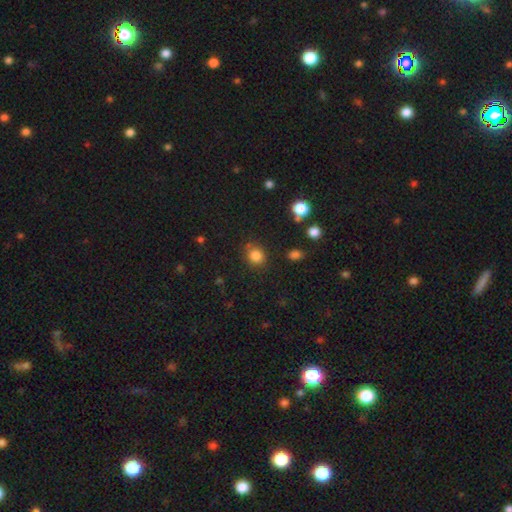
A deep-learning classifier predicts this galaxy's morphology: smooth 83%, star or artifact 12%, featured or disk 5%. Down the decision tree: how rounded — round (71%); merging — none (80%).